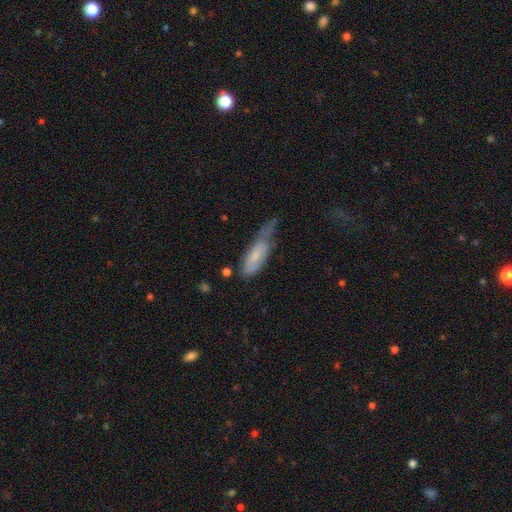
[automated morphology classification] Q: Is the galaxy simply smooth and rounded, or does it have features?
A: smooth — 63%.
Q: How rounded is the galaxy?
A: in between — 55%.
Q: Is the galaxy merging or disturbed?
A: minor disturbance — 40%.